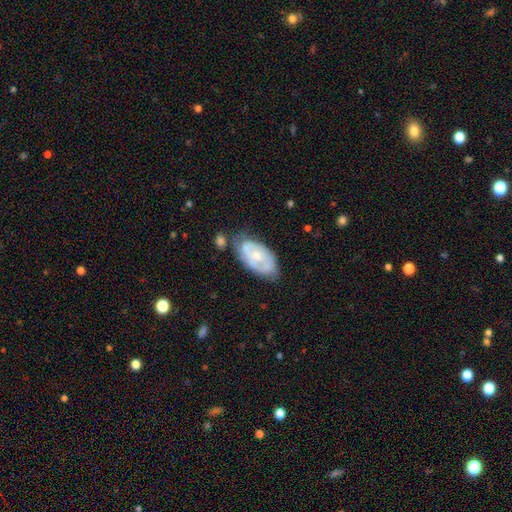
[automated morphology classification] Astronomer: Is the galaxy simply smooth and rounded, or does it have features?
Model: featured or disk — 62%.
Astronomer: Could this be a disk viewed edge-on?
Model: no — 94%.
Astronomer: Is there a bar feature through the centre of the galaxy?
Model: no — 74%.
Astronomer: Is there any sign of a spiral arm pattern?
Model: yes — 59% (runner-up: no, 41%).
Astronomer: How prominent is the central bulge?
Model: small — 53% (runner-up: moderate, 40%).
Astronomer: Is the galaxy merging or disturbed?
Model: none — 56%.